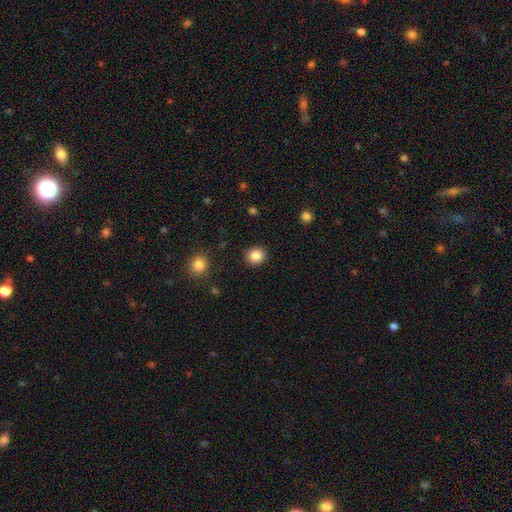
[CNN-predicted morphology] smooth-or-featured: smooth: 86% | star or artifact: 10% | featured or disk: 4%
  how-rounded: round: 85% | in between: 14% | cigar-shaped: 1%
  merging: none: 90% | minor disturbance: 6% | major disturbance: 2% | merger: 1%